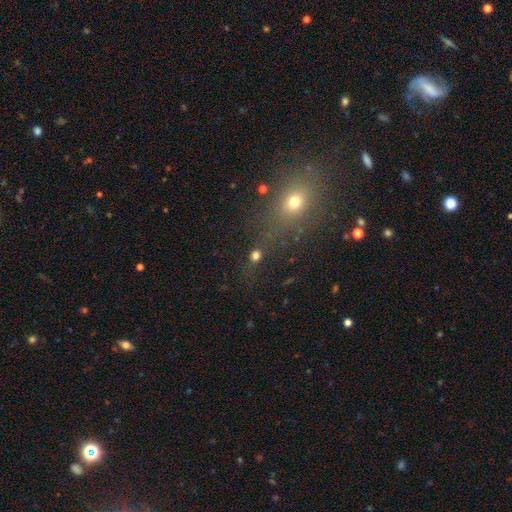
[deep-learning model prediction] This appears to be a smooth galaxy with no disk features (70%) that is round (59%). Merging: none (65%).